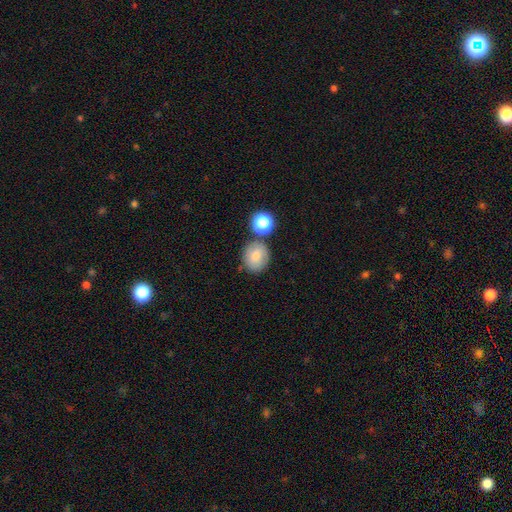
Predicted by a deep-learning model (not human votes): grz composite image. It shows a smooth galaxy with no disk features (75%) that is round (77%). Merging: none (69%).